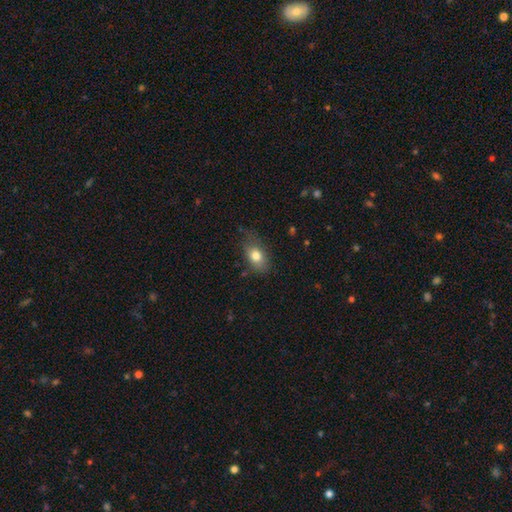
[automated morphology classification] Smooth or featured? Predicted: smooth (p=0.78). How rounded? Predicted: in between (p=0.82). Merging? Predicted: none (p=0.67).